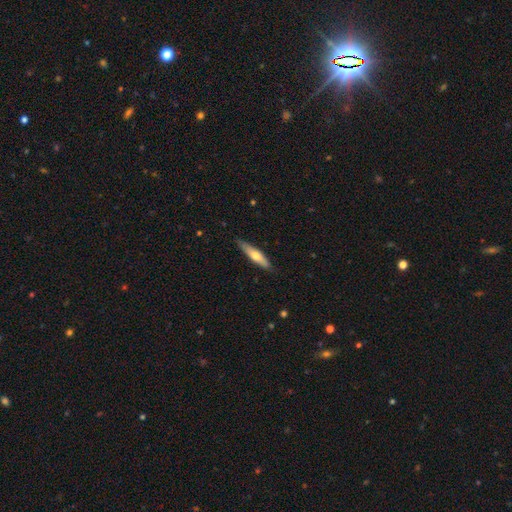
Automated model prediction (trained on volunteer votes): Smooth or featured: smooth — 54% (featured or disk — 40%)
How rounded: cigar-shaped — 78% (in between — 20%)
Merging: none — 85% (minor disturbance — 12%)